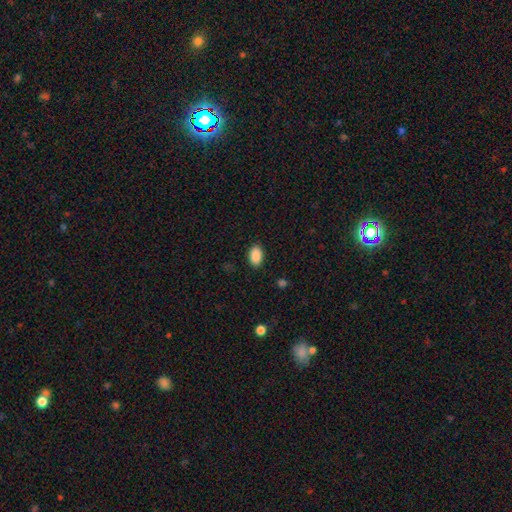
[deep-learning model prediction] Morphology: type=smooth (89%); roundness=in between (90%); merging=none (88%).